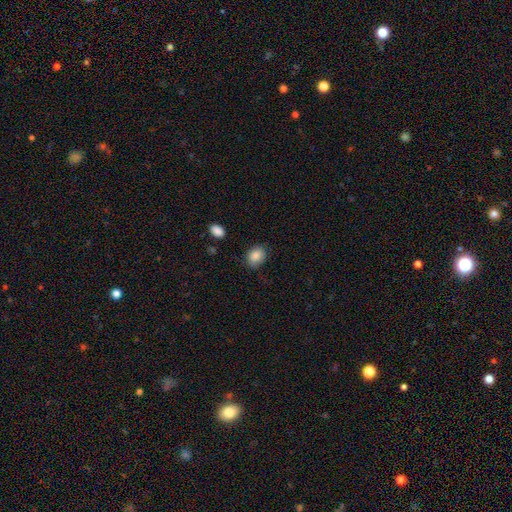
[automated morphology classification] A smooth galaxy with no disk features (87%) that is in between round and cigar-shaped (59%). Merging: none (76%).